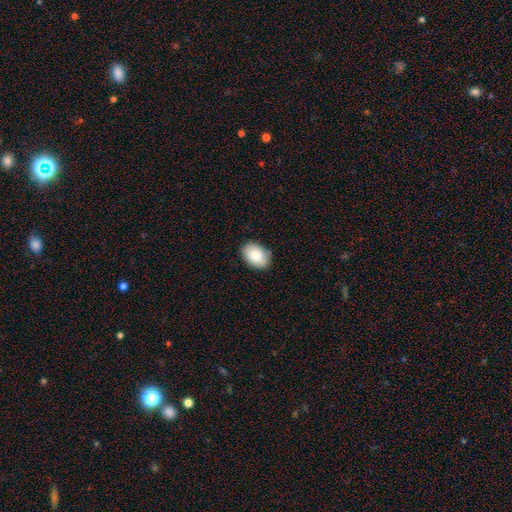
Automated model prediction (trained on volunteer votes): The model was most divided on "how rounded": in between: 84%, round: 15%, cigar-shaped: 1%. More confident: merging — none (84%); smooth or featured — smooth (83%).